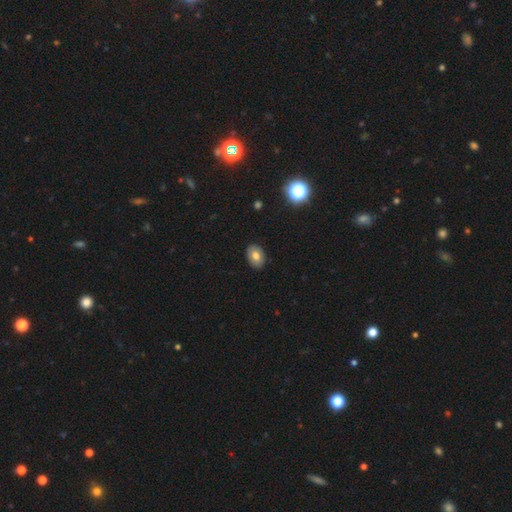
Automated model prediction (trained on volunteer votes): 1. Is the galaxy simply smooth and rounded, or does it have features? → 75% smooth, 15% featured or disk, 10% star or artifact.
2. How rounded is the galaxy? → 82% in between, 17% round, 1% cigar-shaped.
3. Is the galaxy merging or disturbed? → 89% none, 8% minor disturbance, 2% major disturbance, 1% merger.